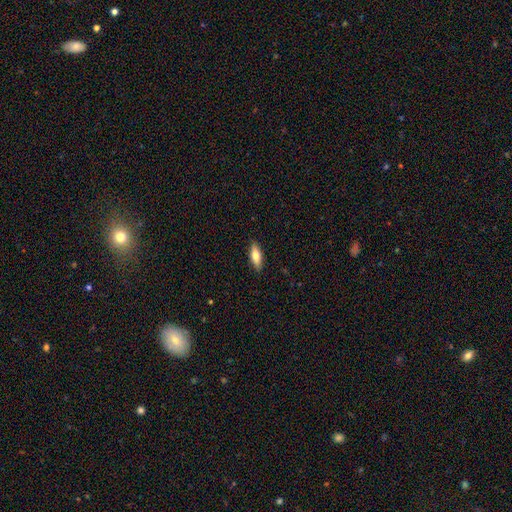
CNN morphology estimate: Smooth or featured?
  - smooth: 67% *
  - featured or disk: 26%
  - star or artifact: 6%
How rounded?
  - in between: 65% *
  - cigar-shaped: 33%
  - round: 3%
Merging?
  - none: 88% *
  - minor disturbance: 9%
  - major disturbance: 2%
  - merger: 1%